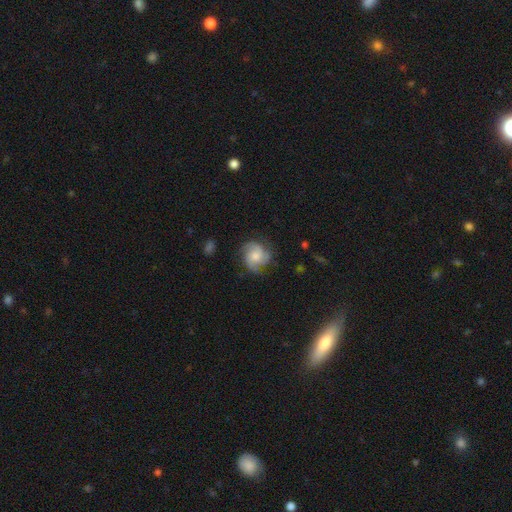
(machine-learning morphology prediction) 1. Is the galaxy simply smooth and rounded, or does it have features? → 63% featured or disk, 30% smooth, 7% star or artifact.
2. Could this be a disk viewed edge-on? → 98% no, 2% yes.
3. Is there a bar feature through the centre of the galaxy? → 74% no, 23% weak, 3% strong.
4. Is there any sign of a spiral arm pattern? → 92% yes, 8% no.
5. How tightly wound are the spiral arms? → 46% medium, 36% tight, 19% loose.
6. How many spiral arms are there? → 52% 3, 17% 2, 14% can't tell, 9% 4, 4% 1, 4% more than 4.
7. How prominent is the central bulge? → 51% moderate, 32% small, 9% large, 6% none, 2% dominant.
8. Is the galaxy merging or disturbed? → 69% none, 20% minor disturbance, 9% major disturbance, 1% merger.